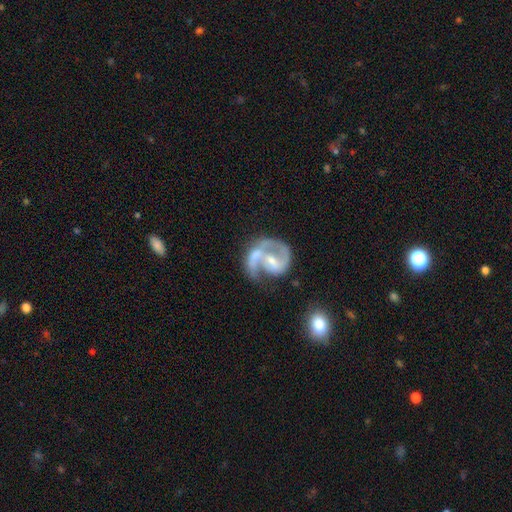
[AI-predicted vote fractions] Smooth or featured? Predicted: featured or disk (p=0.78). Edge-on disk? Predicted: no (p=0.98). Bar? Predicted: weak (p=0.45). Spiral arms? Predicted: yes (p=0.81). Spiral winding? Predicted: medium (p=0.46). Spiral arm count? Predicted: 2 (p=0.49). Bulge size? Predicted: moderate (p=0.42). Merging? Predicted: none (p=0.33).